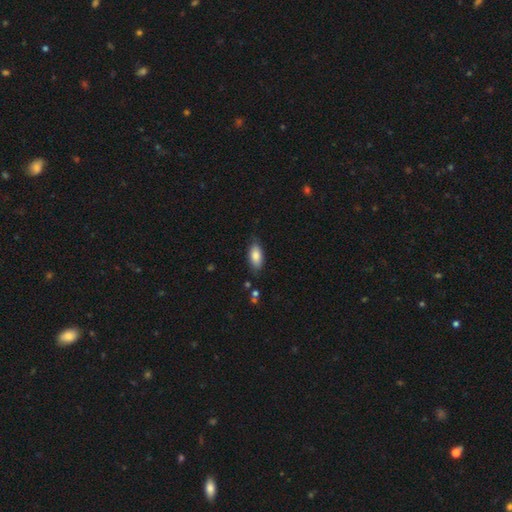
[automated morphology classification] Smooth or featured?
  - smooth: 84% *
  - featured or disk: 10%
  - star or artifact: 7%
How rounded?
  - in between: 87% *
  - cigar-shaped: 10%
  - round: 2%
Merging?
  - none: 77% *
  - minor disturbance: 17%
  - major disturbance: 3%
  - merger: 2%